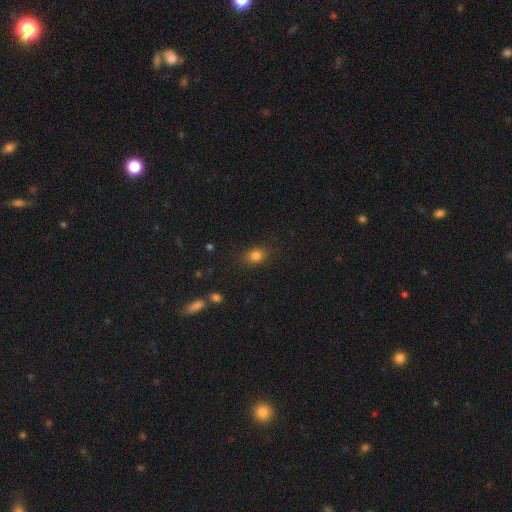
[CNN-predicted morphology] Smooth or featured?
  - smooth: 82% *
  - star or artifact: 12%
  - featured or disk: 6%
How rounded?
  - in between: 50% *
  - round: 48%
  - cigar-shaped: 2%
Merging?
  - none: 83% *
  - minor disturbance: 12%
  - major disturbance: 4%
  - merger: 2%